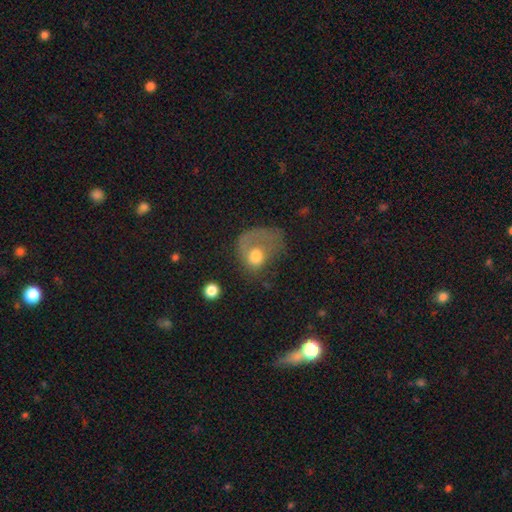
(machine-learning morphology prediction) A smooth galaxy with no disk features (51%) that is in between round and cigar-shaped (54%).

Vote fractions:
- Smooth or featured? smooth: 51% / featured or disk: 40% / star or artifact: 9%
- How rounded? in between: 54% / round: 45% / cigar-shaped: 1%
- Merging? major disturbance: 61% / none: 19% / minor disturbance: 16% / merger: 4%